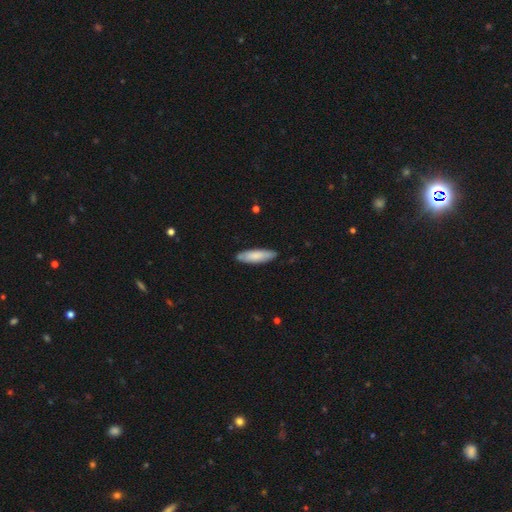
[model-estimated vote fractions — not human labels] Morphology: type=smooth (79%); roundness=cigar-shaped (64%); merging=none (85%).